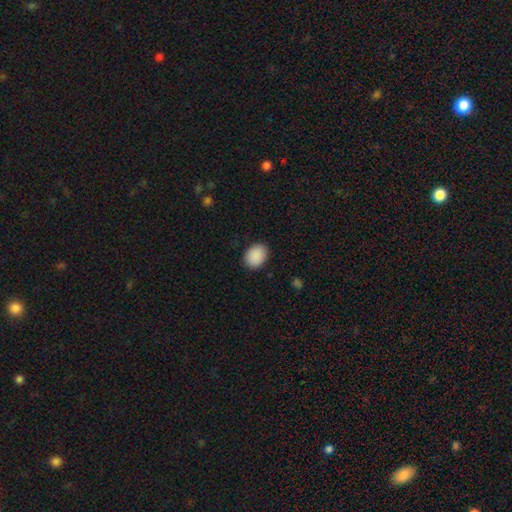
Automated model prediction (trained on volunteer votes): This appears to be a smooth galaxy with no disk features (91%) that is in between round and cigar-shaped (56%). Merging: none (89%).